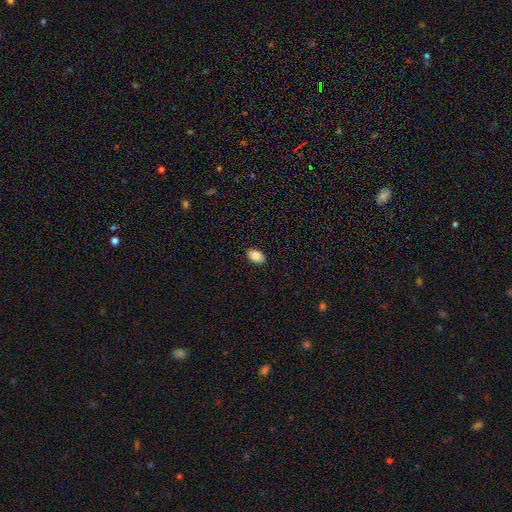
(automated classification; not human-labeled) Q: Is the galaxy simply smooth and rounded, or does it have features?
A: smooth — 88%.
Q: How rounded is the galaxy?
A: in between — 89%.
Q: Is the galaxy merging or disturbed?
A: none — 89%.